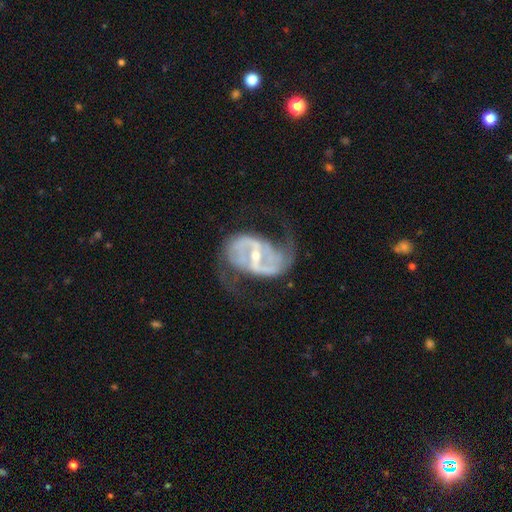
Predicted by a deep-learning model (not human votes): Morphology: type=featured or disk (91%); edge-on=no (97%); bar=strong (56%); spiral arms=yes (95%); winding=loose (46%); arm count=2 (89%); bulge=small (59%); merging=none (60%).